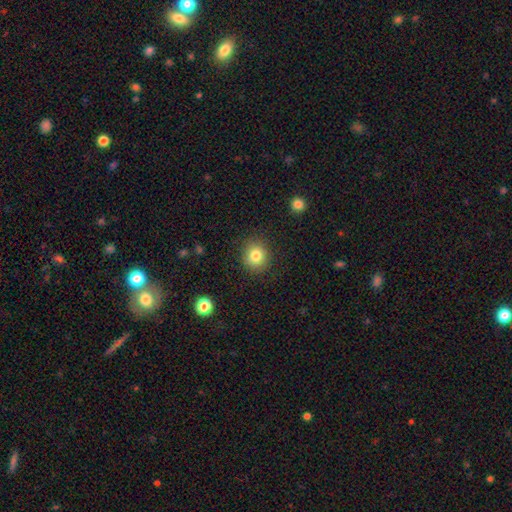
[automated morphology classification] Overall: smooth (82%). How rounded: round (84%). Merging: none (88%).